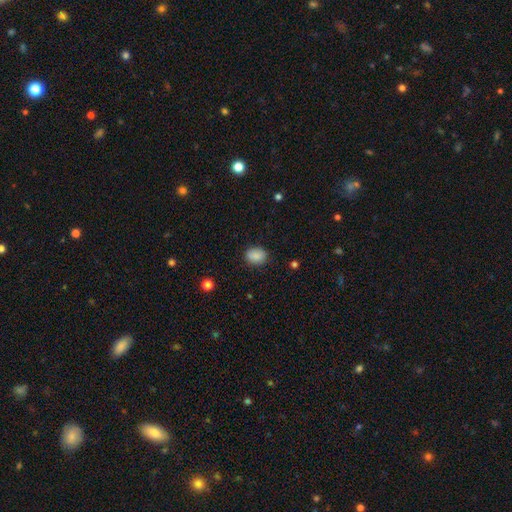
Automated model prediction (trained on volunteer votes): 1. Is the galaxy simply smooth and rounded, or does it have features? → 88% smooth, 9% star or artifact, 4% featured or disk.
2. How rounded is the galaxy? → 57% in between, 42% round, 1% cigar-shaped.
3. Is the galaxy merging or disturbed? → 84% none, 12% minor disturbance, 3% major disturbance, 1% merger.